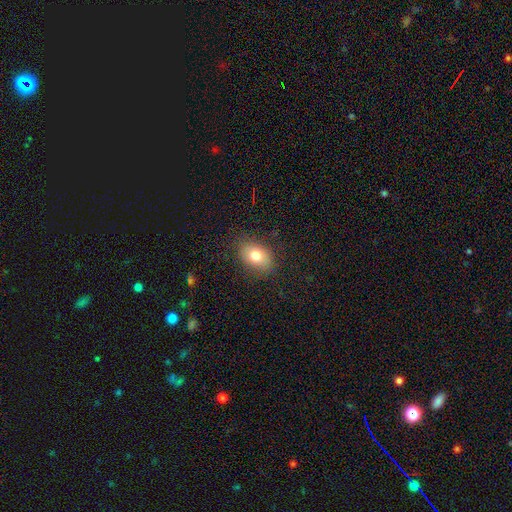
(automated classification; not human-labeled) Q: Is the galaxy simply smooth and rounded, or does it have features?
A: smooth — 78%.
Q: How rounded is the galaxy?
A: in between — 78%.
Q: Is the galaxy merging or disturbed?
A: none — 84%.